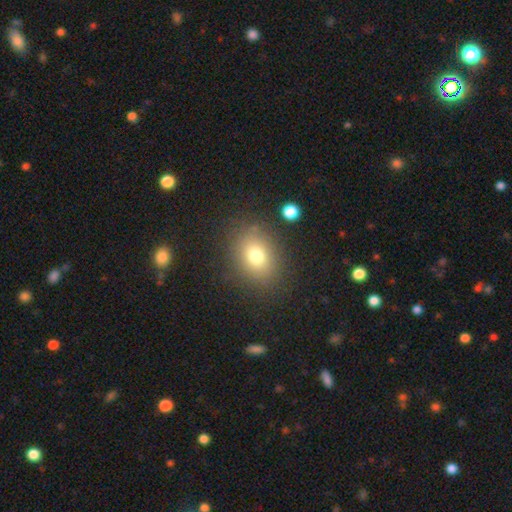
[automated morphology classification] smooth_or_featured: smooth (p=0.75) [alt: star or artifact p=0.14]
how_rounded: in between (p=0.52) [alt: round p=0.47]
merging: none (p=0.83) [alt: minor disturbance p=0.10]